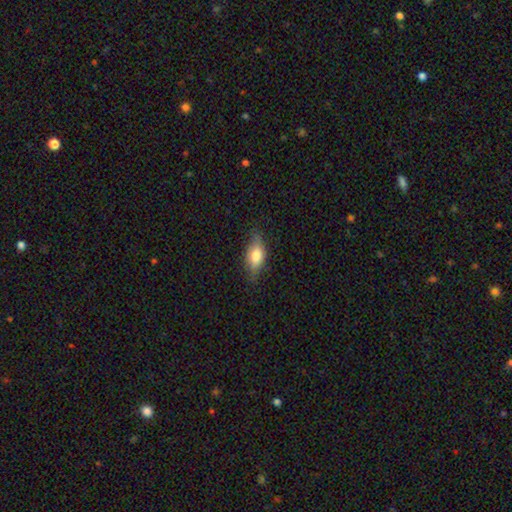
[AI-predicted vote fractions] Overall: smooth (69%). How rounded: in between (80%). Merging: none (75%).